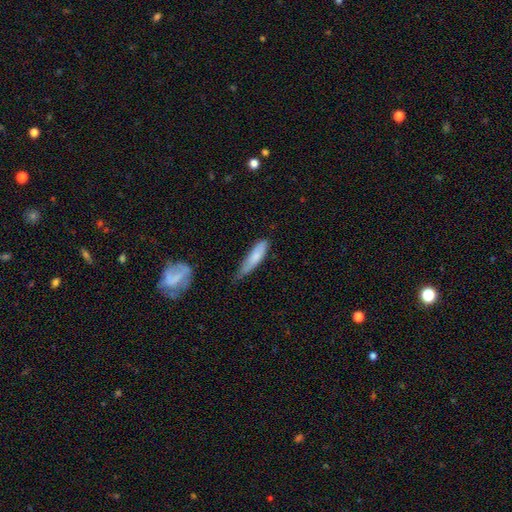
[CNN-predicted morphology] This is likely a smooth galaxy (78%). How rounded: likely cigar-shaped (73%). Merging: marginally minor disturbance (44%).